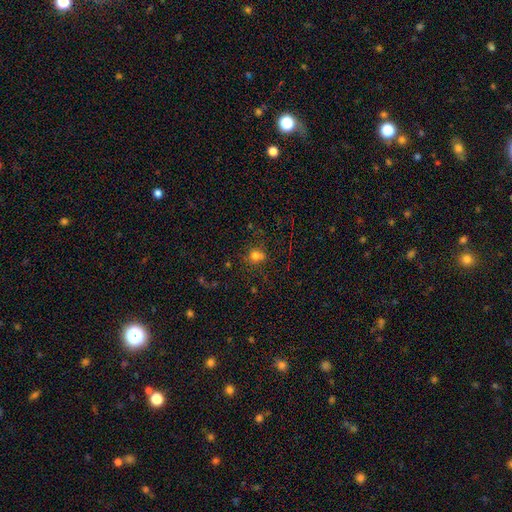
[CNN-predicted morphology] Smooth or featured? smooth (74%)
How rounded? round (76%)
Merging? none (66%)